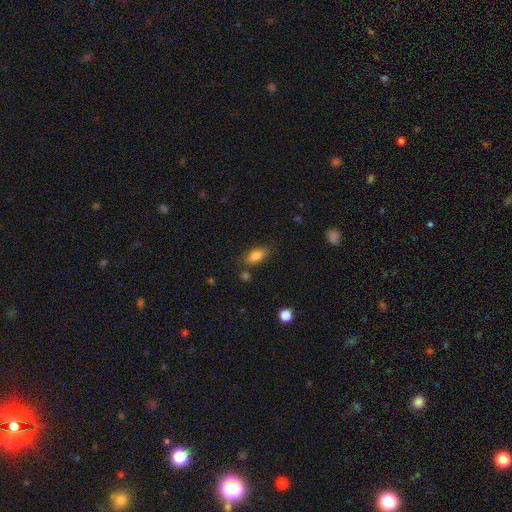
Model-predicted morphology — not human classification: Smooth or featured: smooth — 81% (featured or disk — 11%)
How rounded: in between — 84% (cigar-shaped — 11%)
Merging: none — 77% (minor disturbance — 15%)